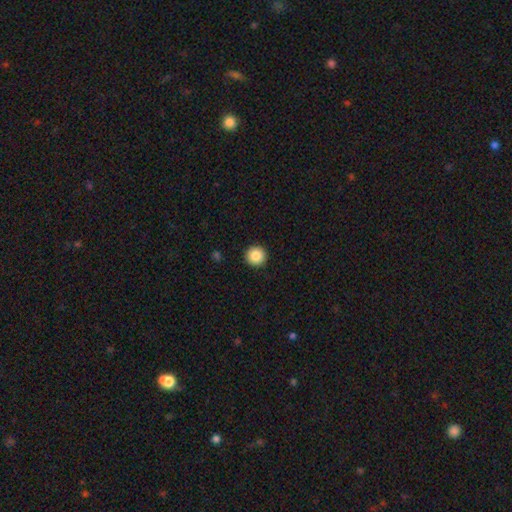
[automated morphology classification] Overall: smooth (86%). How rounded: round (96%). Merging: none (93%).